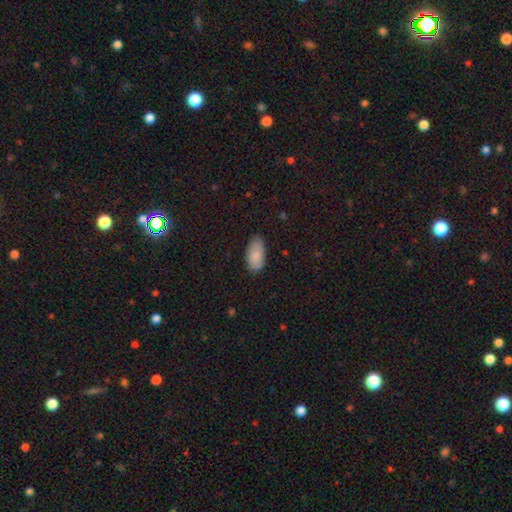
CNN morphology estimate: smooth_or_featured: smooth (p=0.87) [alt: featured or disk p=0.07]
how_rounded: in between (p=0.93) [alt: cigar-shaped p=0.05]
merging: none (p=0.78) [alt: minor disturbance p=0.17]